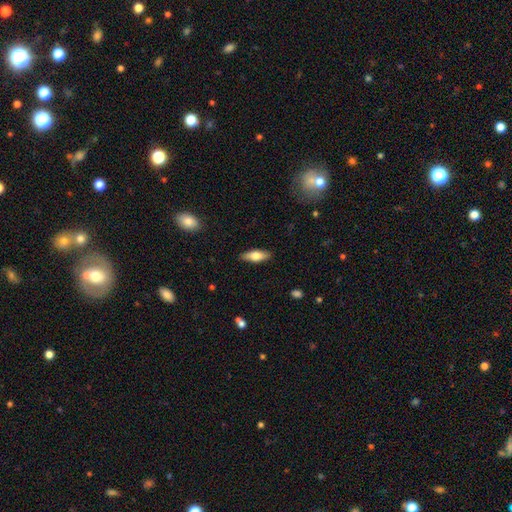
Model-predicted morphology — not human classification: Smooth or featured? smooth (66%)
How rounded? in between (66%)
Merging? none (88%)